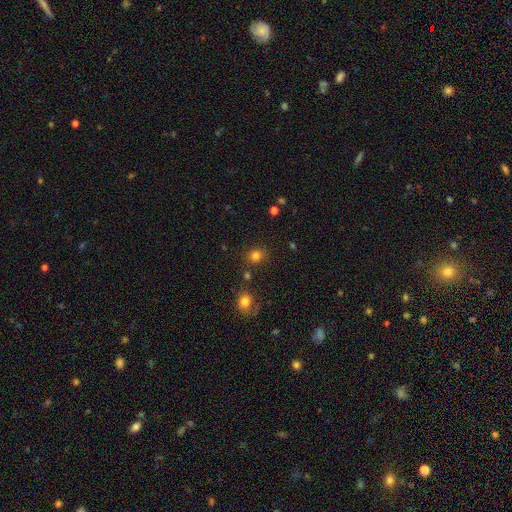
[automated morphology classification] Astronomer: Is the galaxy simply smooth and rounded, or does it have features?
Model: smooth — 80%.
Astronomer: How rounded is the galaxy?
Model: round — 81%.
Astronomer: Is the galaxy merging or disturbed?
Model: none — 81%.